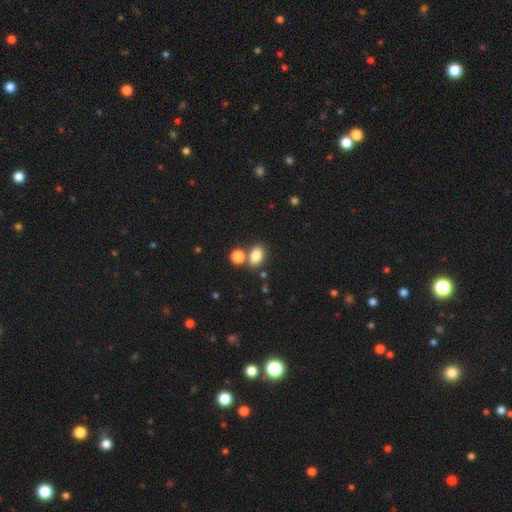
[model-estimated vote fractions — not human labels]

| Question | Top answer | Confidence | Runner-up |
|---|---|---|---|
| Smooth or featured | smooth | 83% | star or artifact (11%) |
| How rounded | in between | 75% | round (23%) |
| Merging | none | 64% | merger (22%) |